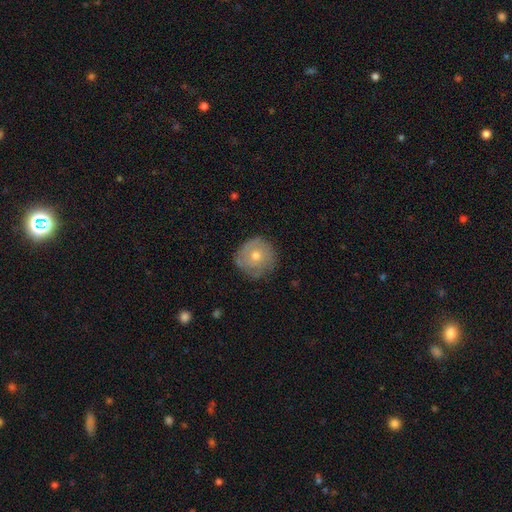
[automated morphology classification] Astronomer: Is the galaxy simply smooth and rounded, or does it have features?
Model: featured or disk — 51% (runner-up: smooth, 40%).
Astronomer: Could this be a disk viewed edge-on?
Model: no — 96%.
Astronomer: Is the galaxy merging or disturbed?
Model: none — 78%.